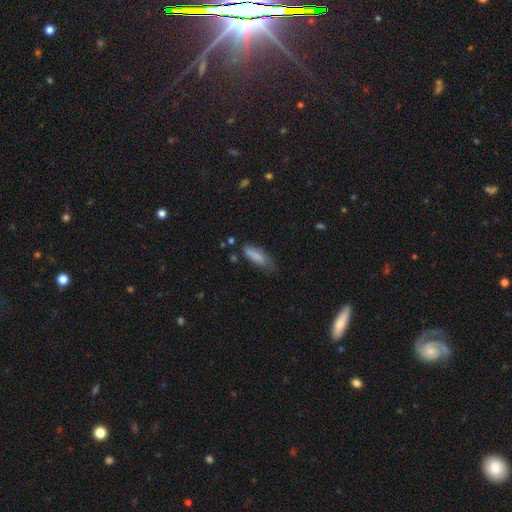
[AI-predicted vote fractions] Smooth or featured: smooth — 81% (featured or disk — 11%)
How rounded: cigar-shaped — 53% (in between — 45%)
Merging: none — 50% (minor disturbance — 34%)